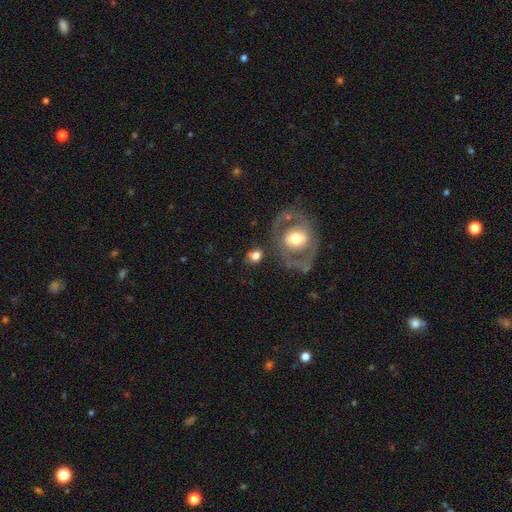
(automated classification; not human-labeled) Smooth or featured: smooth — 65% (featured or disk — 26%)
How rounded: round — 57% (in between — 41%)
Merging: none — 64% (minor disturbance — 15%)